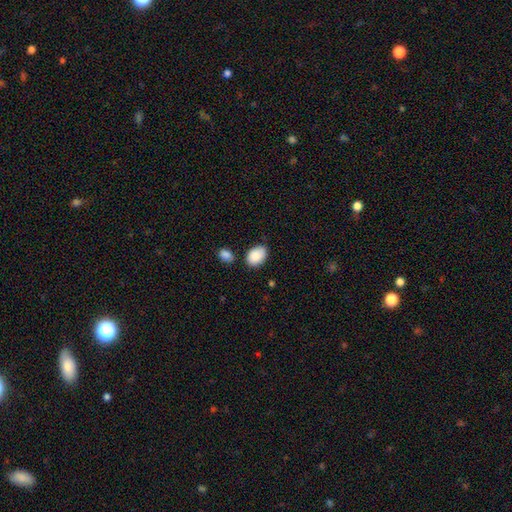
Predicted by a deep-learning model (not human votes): This appears to be a smooth galaxy with no disk features (88%) that is in between round and cigar-shaped (84%). Merging: none (75%).